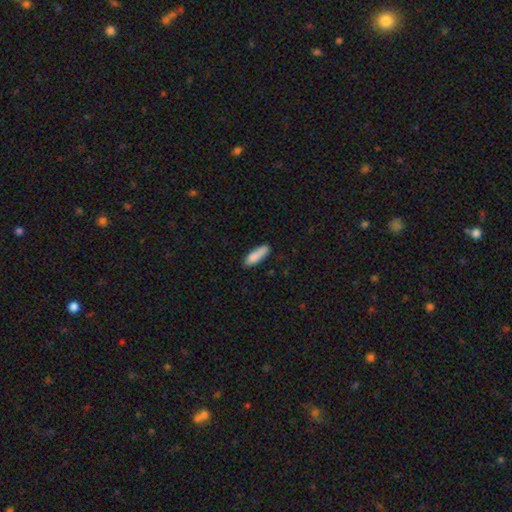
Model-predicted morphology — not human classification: Smooth or featured? Predicted: smooth (p=0.87). How rounded? Predicted: cigar-shaped (p=0.52). Merging? Predicted: none (p=0.78).